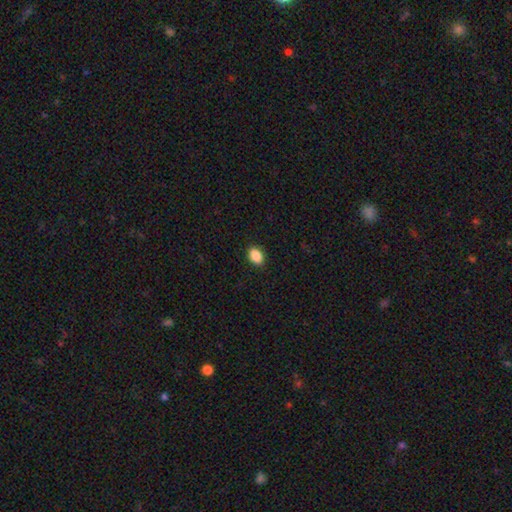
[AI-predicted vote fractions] Smooth or featured?
  - smooth: 89% *
  - star or artifact: 8%
  - featured or disk: 3%
How rounded?
  - in between: 80% *
  - round: 19%
  - cigar-shaped: 1%
Merging?
  - none: 90% *
  - minor disturbance: 7%
  - major disturbance: 2%
  - merger: 1%